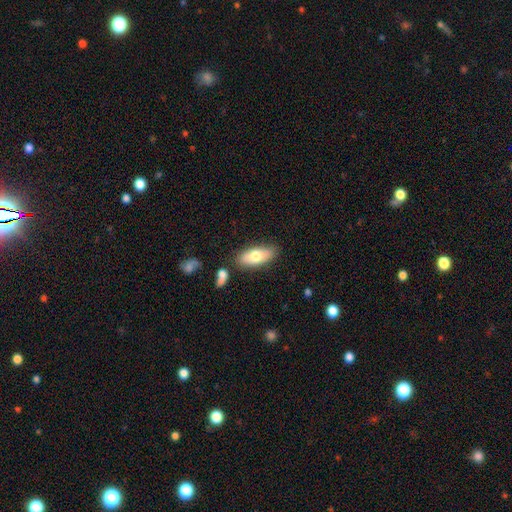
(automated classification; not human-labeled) The model was most divided on "smooth or featured": smooth: 70%, featured or disk: 24%, star or artifact: 6%. More confident: how rounded — in between (82%); merging — none (80%).